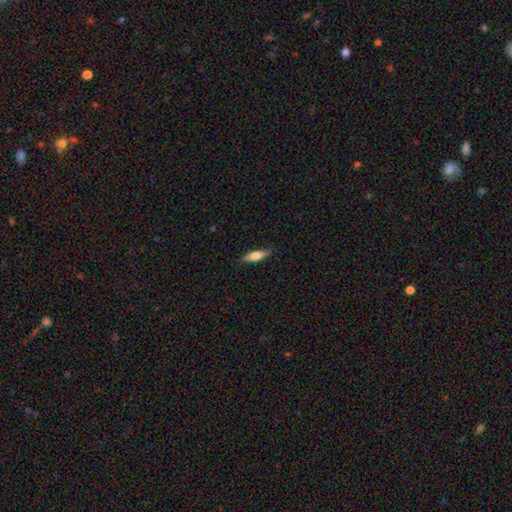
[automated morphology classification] The model was most divided on "how rounded": cigar-shaped: 61%, in between: 37%, round: 2%. More confident: merging — none (85%); smooth or featured — smooth (68%).